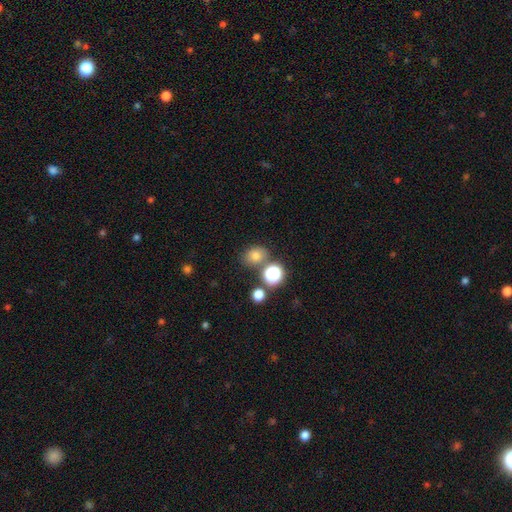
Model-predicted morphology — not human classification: This is likely a smooth galaxy (73%). How rounded: possibly round (57%). Merging: likely none (73%).